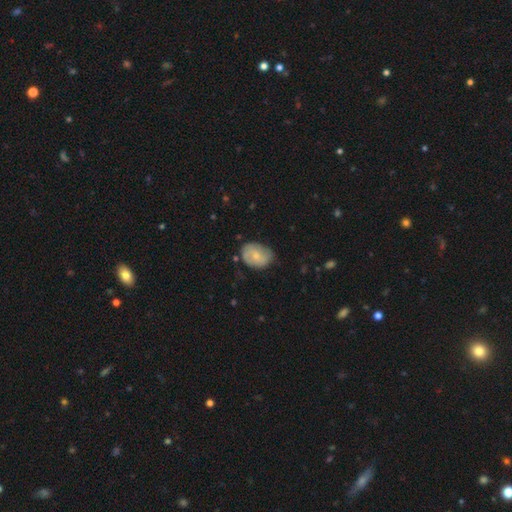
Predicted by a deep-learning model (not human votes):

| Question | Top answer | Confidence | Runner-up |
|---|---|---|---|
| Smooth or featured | smooth | 52% | featured or disk (42%) |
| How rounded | in between | 66% | round (33%) |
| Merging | none | 65% | minor disturbance (27%) |